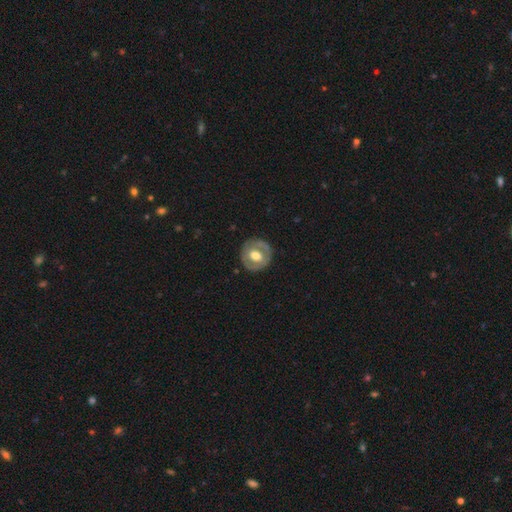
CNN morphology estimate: featured or disk 51%, smooth 43%, star or artifact 5%. Down the decision tree: edge-on disk — no (95%); merging — none (82%).